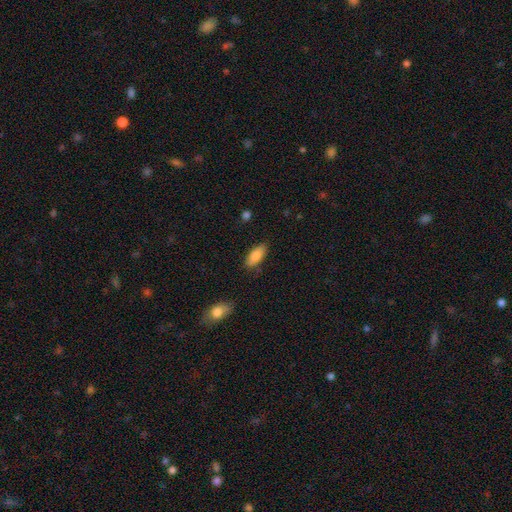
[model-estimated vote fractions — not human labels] smooth-or-featured: smooth: 85% | featured or disk: 9% | star or artifact: 6%
  how-rounded: in between: 82% | cigar-shaped: 16% | round: 2%
  merging: none: 83% | minor disturbance: 13% | major disturbance: 3% | merger: 2%